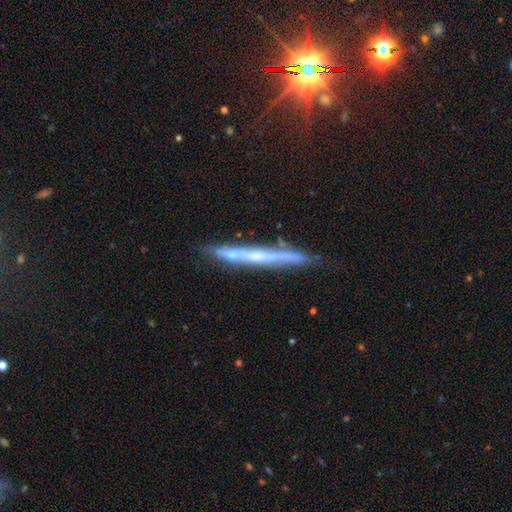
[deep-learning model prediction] The model was most divided on "smooth or featured": featured or disk: 63%, smooth: 28%, star or artifact: 9%. More confident: edge-on disk — yes (93%); edge-on bulge — none (77%); merging — none (75%).